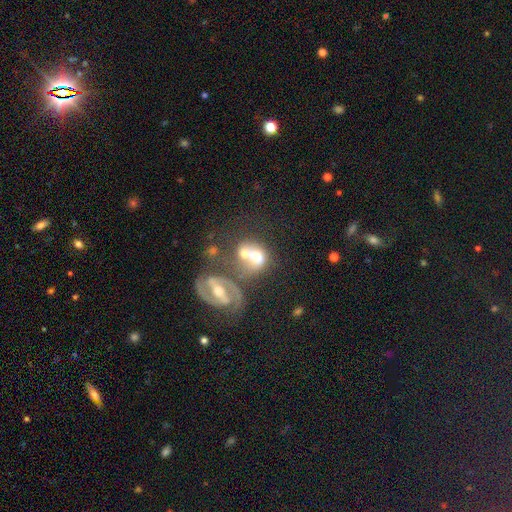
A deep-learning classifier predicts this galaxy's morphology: This appears to be a featured or disk galaxy (50%). Merging: merger (61%).